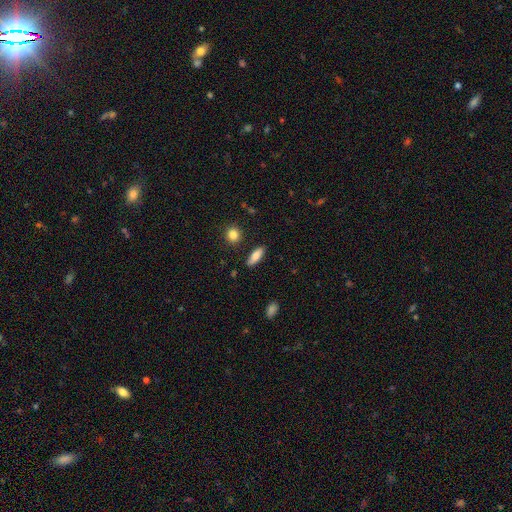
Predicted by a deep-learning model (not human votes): Overall: smooth (79%). How rounded: in between (57%; cigar-shaped 40%). Merging: none (84%).